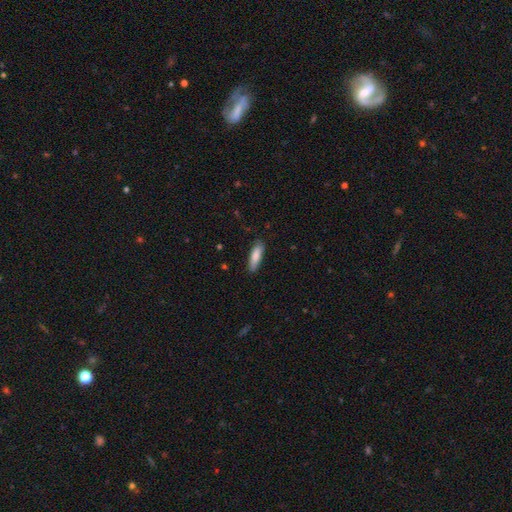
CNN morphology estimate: smooth_or_featured: smooth (p=0.84) [alt: featured or disk p=0.10]
how_rounded: cigar-shaped (p=0.56) [alt: in between p=0.42]
merging: none (p=0.82) [alt: minor disturbance p=0.14]